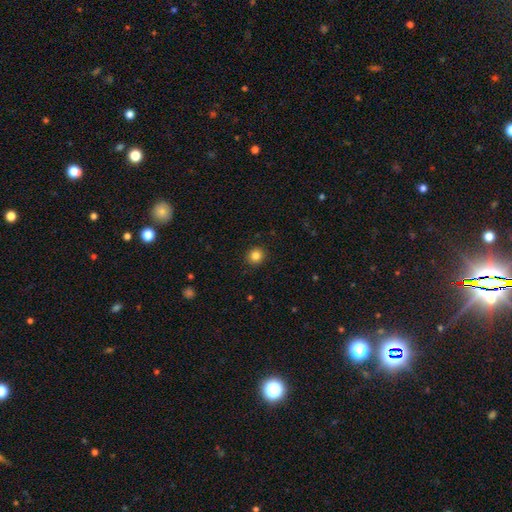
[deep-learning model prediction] Smooth or featured? Predicted: smooth (p=0.84). How rounded? Predicted: round (p=0.89). Merging? Predicted: none (p=0.91).